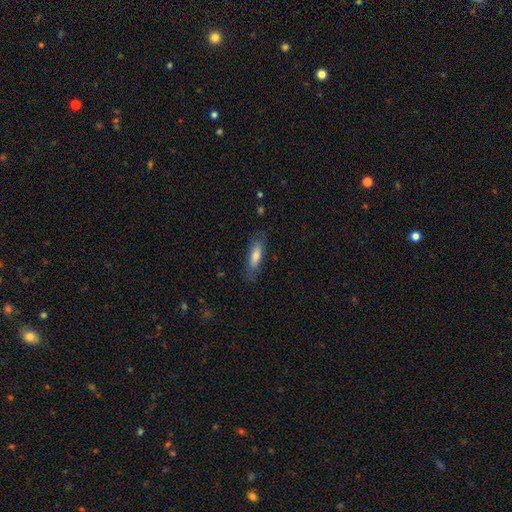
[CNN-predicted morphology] Smooth or featured? smooth (70%)
How rounded? cigar-shaped (54%)
Merging? none (75%)